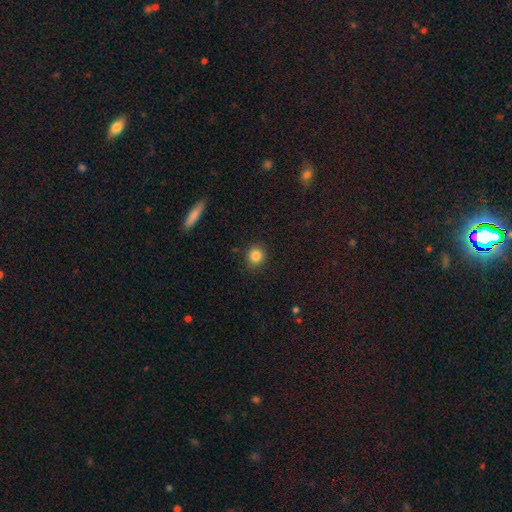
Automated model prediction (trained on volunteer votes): Q: Smooth or featured?
A: smooth (84%); runner-up: star or artifact (10%)
Q: How rounded?
A: round (84%); runner-up: in between (15%)
Q: Merging?
A: none (88%); runner-up: minor disturbance (8%)